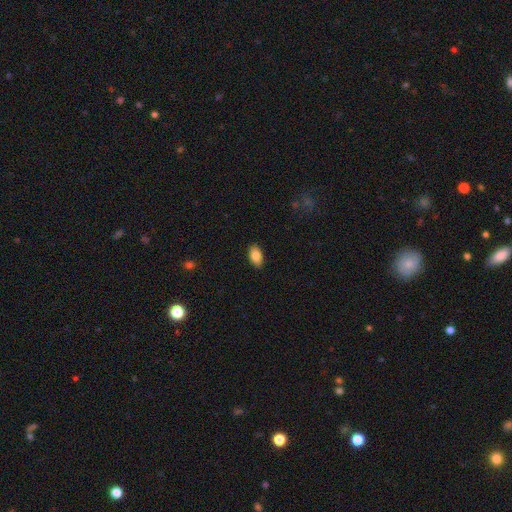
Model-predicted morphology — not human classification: Smooth or featured? smooth (84%)
How rounded? in between (93%)
Merging? none (89%)